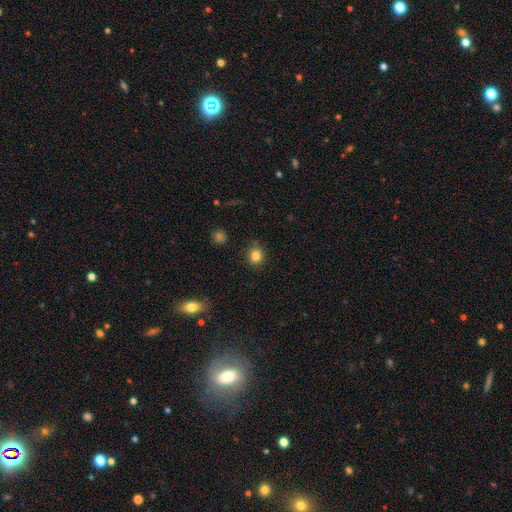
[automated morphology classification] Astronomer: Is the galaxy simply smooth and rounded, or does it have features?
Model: smooth — 83%.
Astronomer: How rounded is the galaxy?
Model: round — 79%.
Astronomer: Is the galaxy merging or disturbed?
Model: none — 86%.